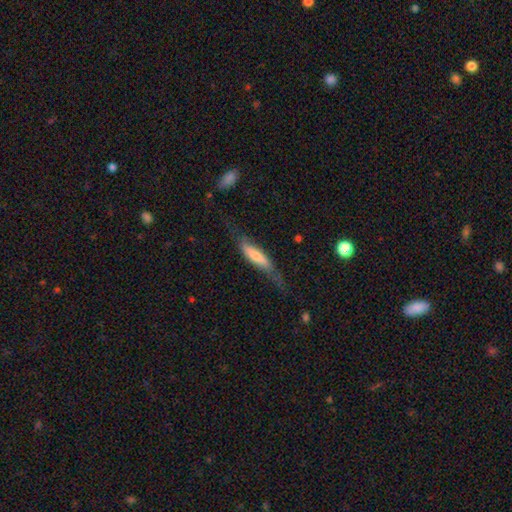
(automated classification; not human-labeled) Q: Smooth or featured?
A: featured or disk (47%); runner-up: smooth (46%)
Q: Merging?
A: none (52%); runner-up: minor disturbance (28%)